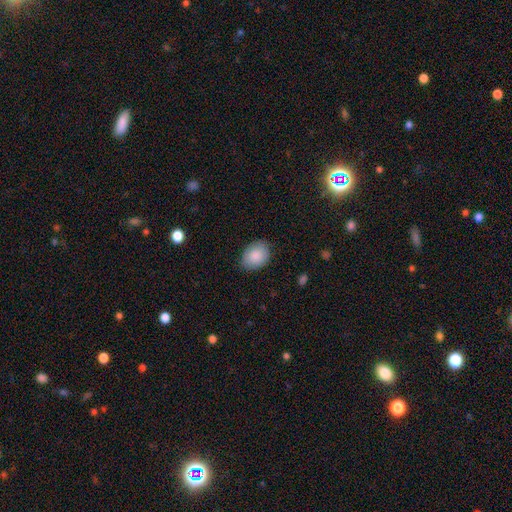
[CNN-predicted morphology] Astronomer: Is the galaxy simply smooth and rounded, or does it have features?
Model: smooth — 87%.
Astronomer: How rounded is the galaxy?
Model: in between — 69%.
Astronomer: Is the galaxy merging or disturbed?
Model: none — 82%.